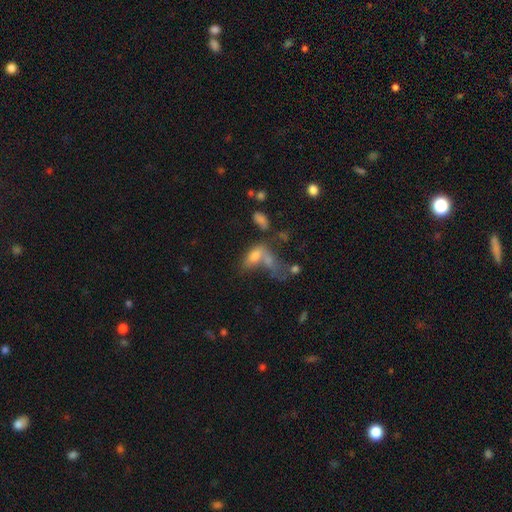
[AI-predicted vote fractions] Overall: smooth (40%; featured or disk 34%). Merging: merger (45%; none 22%).